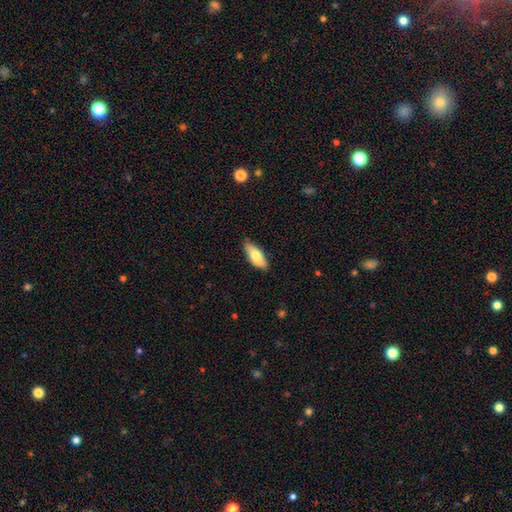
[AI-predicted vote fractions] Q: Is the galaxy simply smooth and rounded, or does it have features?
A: smooth — 71%.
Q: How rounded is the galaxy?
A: in between — 80%.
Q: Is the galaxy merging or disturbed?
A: none — 85%.